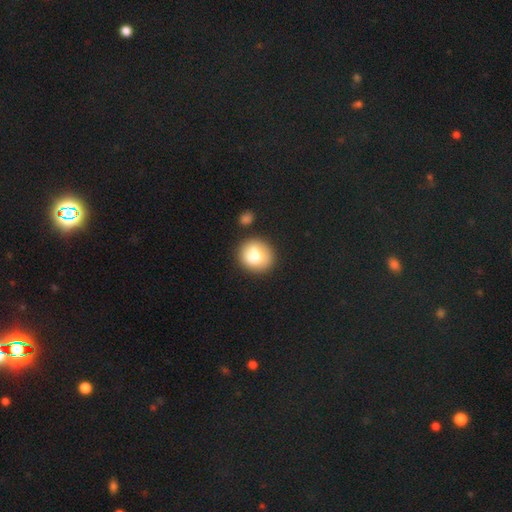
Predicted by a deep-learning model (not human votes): Morphology: type=smooth (75%); roundness=round (87%); merging=none (72%).